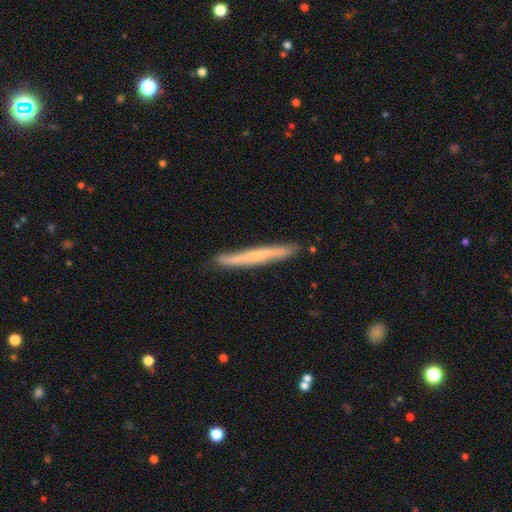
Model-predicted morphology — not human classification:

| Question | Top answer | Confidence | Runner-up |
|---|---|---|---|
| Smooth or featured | featured or disk | 55% | smooth (39%) |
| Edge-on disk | yes | 93% | no (7%) |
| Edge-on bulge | none | 58% | rounded (37%) |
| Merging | none | 87% | minor disturbance (10%) |